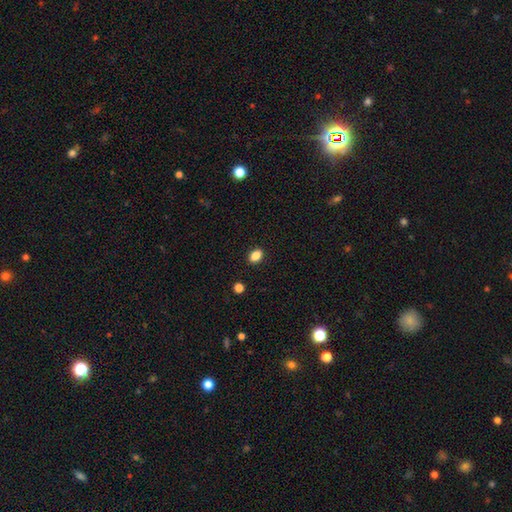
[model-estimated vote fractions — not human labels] Morphology: type=smooth (86%); roundness=in between (77%); merging=none (89%).